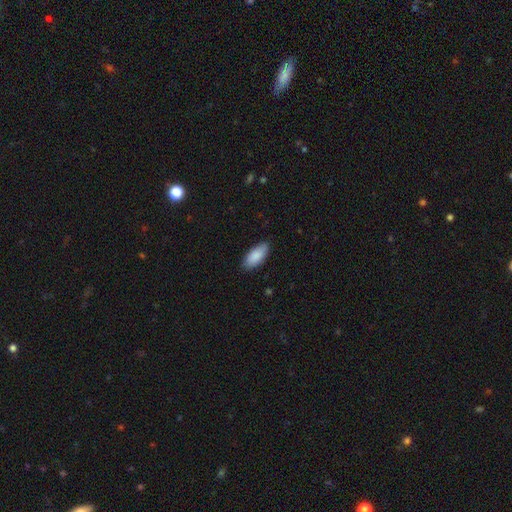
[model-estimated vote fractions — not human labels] This appears to be a smooth galaxy with no disk features (88%) that is in between round and cigar-shaped (88%). Merging: none (85%).